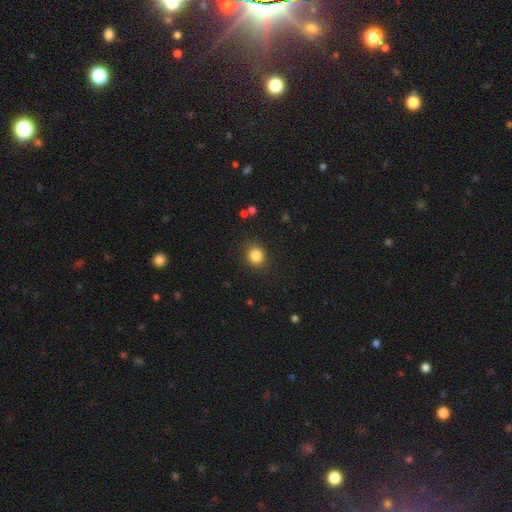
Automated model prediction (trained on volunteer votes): smooth 85%, star or artifact 11%, featured or disk 5%. Down the decision tree: how rounded — round (78%); merging — none (87%).